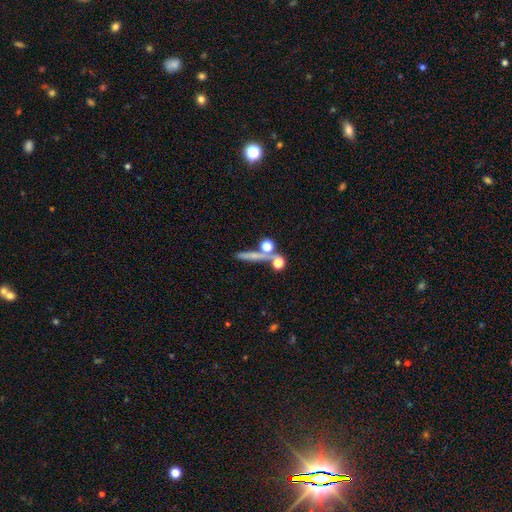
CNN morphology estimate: Smooth or featured: smooth — 50% (featured or disk — 30%)
Merging: none — 64% (merger — 19%)